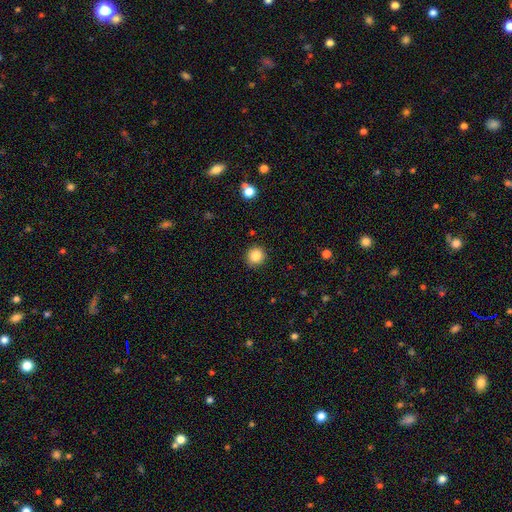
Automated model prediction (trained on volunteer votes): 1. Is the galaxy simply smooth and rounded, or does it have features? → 85% smooth, 10% star or artifact, 5% featured or disk.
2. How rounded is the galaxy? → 93% round, 6% in between, 1% cigar-shaped.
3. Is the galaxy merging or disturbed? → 91% none, 6% minor disturbance, 2% major disturbance, 1% merger.